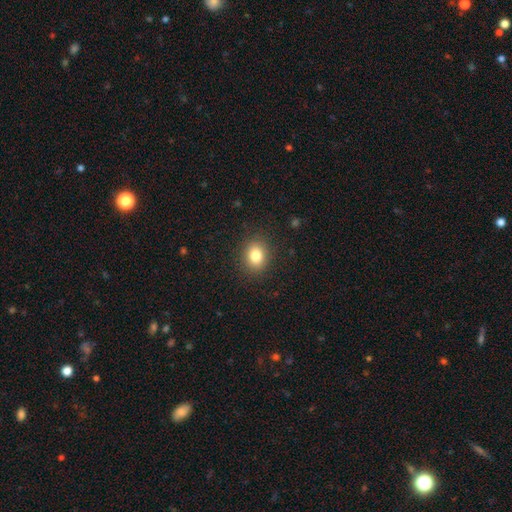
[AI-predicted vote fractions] smooth_or_featured: smooth (p=0.82) [alt: star or artifact p=0.11]
how_rounded: round (p=0.56) [alt: in between p=0.43]
merging: none (p=0.88) [alt: minor disturbance p=0.08]